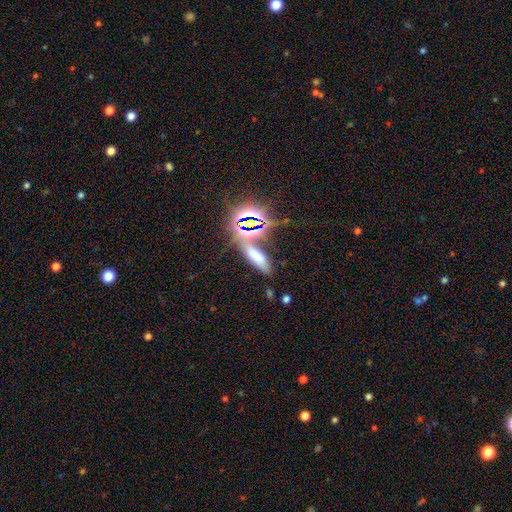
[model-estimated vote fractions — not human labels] smooth_or_featured: smooth (p=0.56) [alt: star or artifact p=0.33]
how_rounded: cigar-shaped (p=0.46) [alt: in between p=0.45]
merging: none (p=0.65) [alt: merger p=0.14]